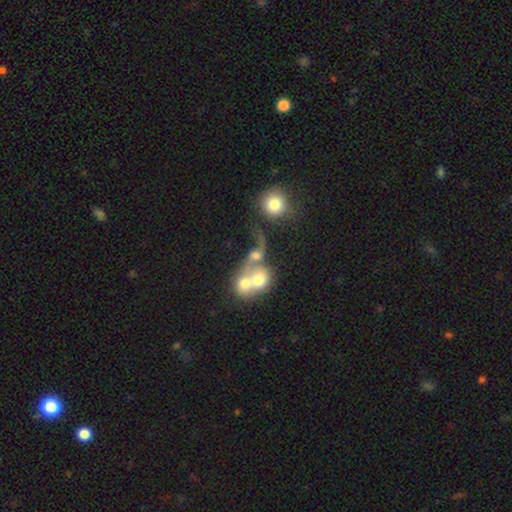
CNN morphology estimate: featured or disk 47%, smooth 42%, star or artifact 11%. Down the decision tree: merging — merger (67%).